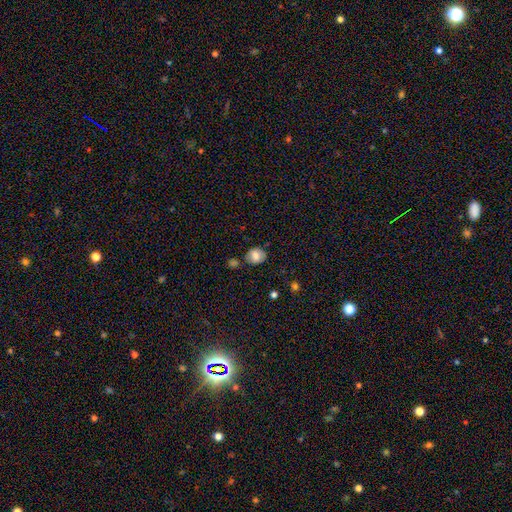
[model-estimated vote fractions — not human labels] smooth_or_featured: smooth (p=0.76) [alt: featured or disk p=0.15]
how_rounded: round (p=0.61) [alt: in between p=0.38]
merging: none (p=0.71) [alt: minor disturbance p=0.16]